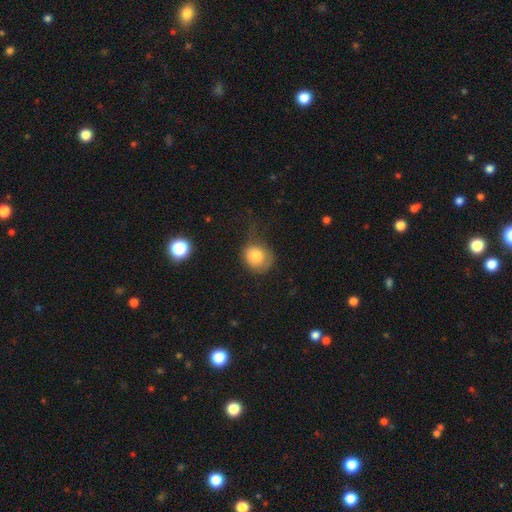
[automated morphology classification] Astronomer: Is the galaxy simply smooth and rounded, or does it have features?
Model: smooth — 80%.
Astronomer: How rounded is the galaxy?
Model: round — 72%.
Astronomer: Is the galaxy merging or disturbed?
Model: none — 40% (runner-up: minor disturbance, 32%).